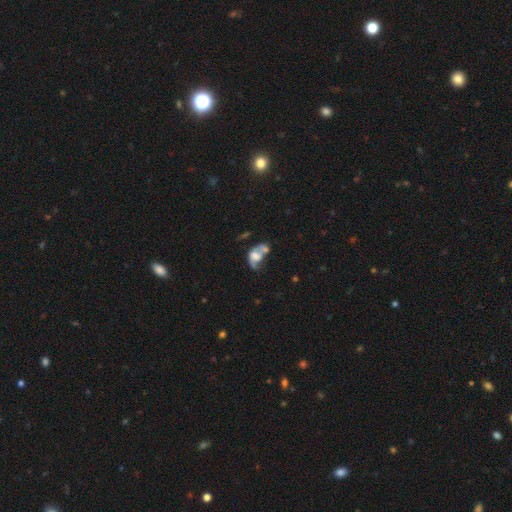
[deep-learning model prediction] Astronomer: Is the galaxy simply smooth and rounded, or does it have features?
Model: smooth — 45% (runner-up: featured or disk, 44%).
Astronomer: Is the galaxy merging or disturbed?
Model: merger — 47% (runner-up: major disturbance, 25%).